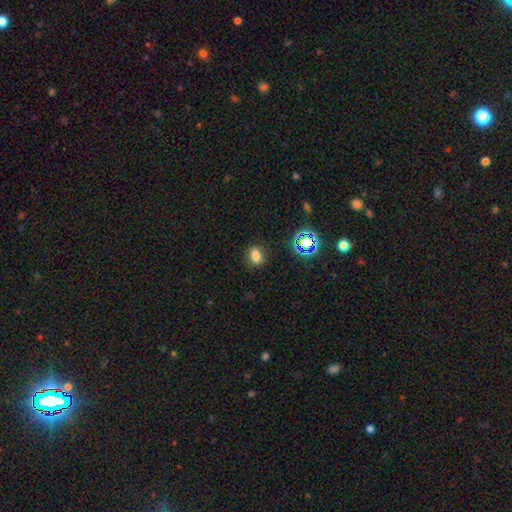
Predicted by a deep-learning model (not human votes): This is likely a smooth galaxy (75%). How rounded: likely in between (68%). Merging: clearly none (85%).